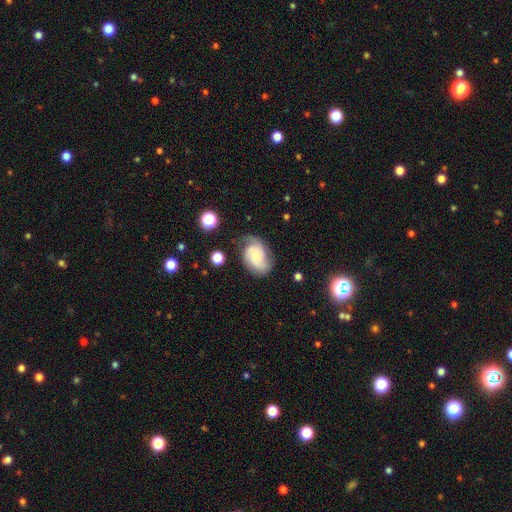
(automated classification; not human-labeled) smooth_or_featured: featured or disk (p=0.64) [alt: smooth p=0.28]
disk_edge_on: no (p=0.97) [alt: yes p=0.03]
bar: no (p=0.70) [alt: weak p=0.25]
has_spiral_arms: yes (p=0.91) [alt: no p=0.09]
spiral_winding: medium (p=0.42) [alt: tight p=0.38]
spiral_arm_count: 2 (p=0.53) [alt: can't tell p=0.20]
bulge_size: small (p=0.63) [alt: moderate p=0.24]
merging: none (p=0.59) [alt: minor disturbance p=0.26]